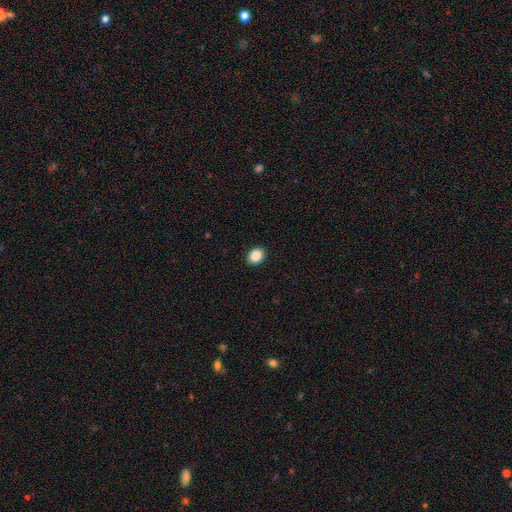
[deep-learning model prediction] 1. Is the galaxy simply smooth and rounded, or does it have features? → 89% smooth, 9% star or artifact, 3% featured or disk.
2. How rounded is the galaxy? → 50% in between, 49% round, 1% cigar-shaped.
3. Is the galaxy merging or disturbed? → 91% none, 6% minor disturbance, 2% major disturbance, 1% merger.